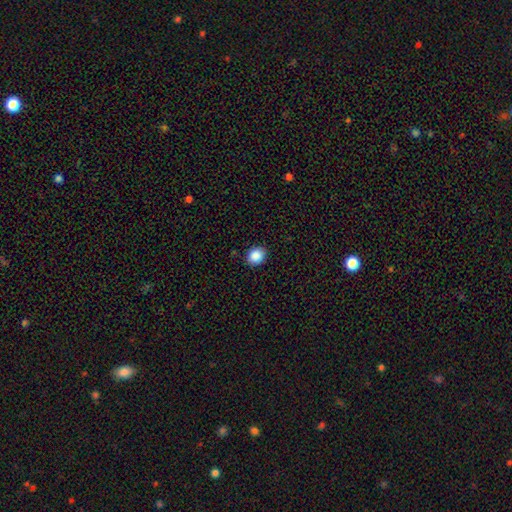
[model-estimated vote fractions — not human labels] A smooth galaxy with no disk features (88%) that is round (61%).

Vote fractions:
- Smooth or featured? smooth: 88% / star or artifact: 9% / featured or disk: 3%
- How rounded? round: 61% / in between: 39% / cigar-shaped: 1%
- Merging? none: 90% / minor disturbance: 7% / major disturbance: 2% / merger: 1%